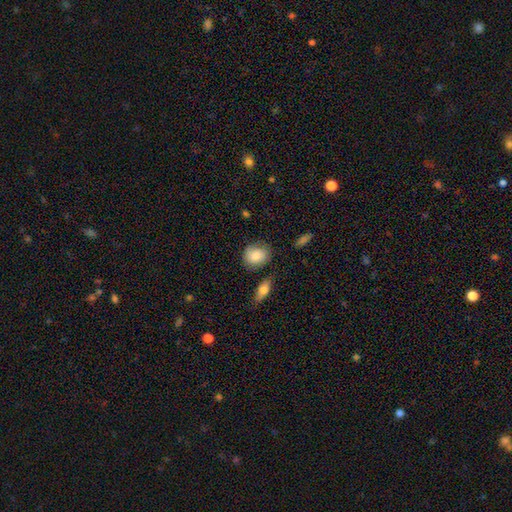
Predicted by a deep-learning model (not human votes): Smooth or featured? smooth (79%)
How rounded? round (63%)
Merging? none (68%)